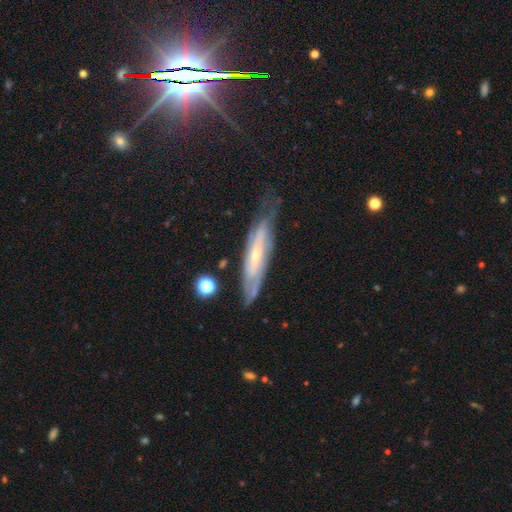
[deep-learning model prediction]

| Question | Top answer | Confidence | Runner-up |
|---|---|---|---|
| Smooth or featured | featured or disk | 74% | smooth (20%) |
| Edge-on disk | no | 58% | yes (42%) |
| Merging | none | 64% | minor disturbance (24%) |